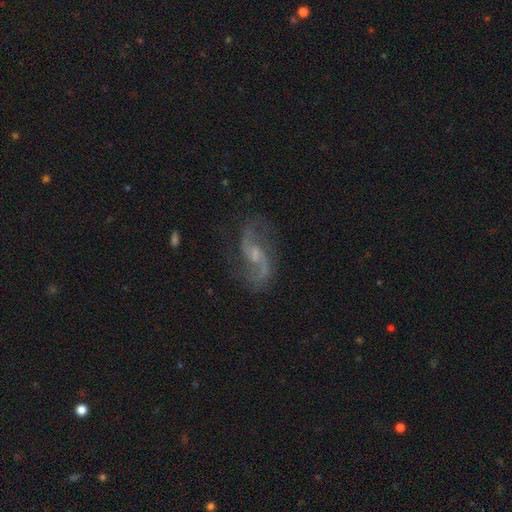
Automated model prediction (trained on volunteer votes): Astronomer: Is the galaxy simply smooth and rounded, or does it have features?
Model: featured or disk — 87%.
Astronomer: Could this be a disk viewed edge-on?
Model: no — 97%.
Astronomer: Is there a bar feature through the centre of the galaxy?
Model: weak — 48% (runner-up: no, 41%).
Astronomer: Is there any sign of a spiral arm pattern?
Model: yes — 96%.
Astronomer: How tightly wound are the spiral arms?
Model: loose — 64%.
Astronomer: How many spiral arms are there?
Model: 2 — 92%.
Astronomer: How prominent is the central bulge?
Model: small — 53%.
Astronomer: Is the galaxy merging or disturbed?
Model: none — 75%.